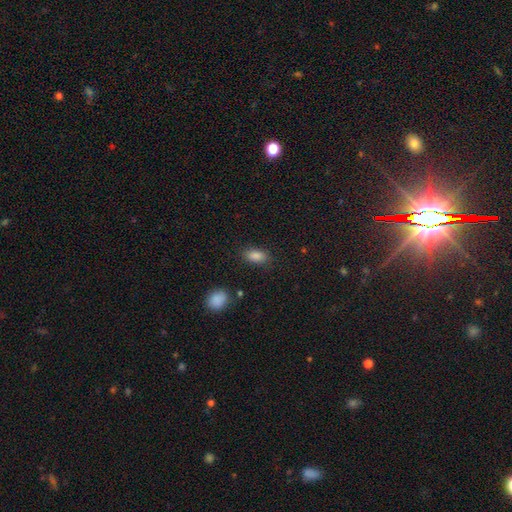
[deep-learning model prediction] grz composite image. It shows a smooth galaxy with no disk features (86%) that is in between round and cigar-shaped (89%). Merging: none (83%).